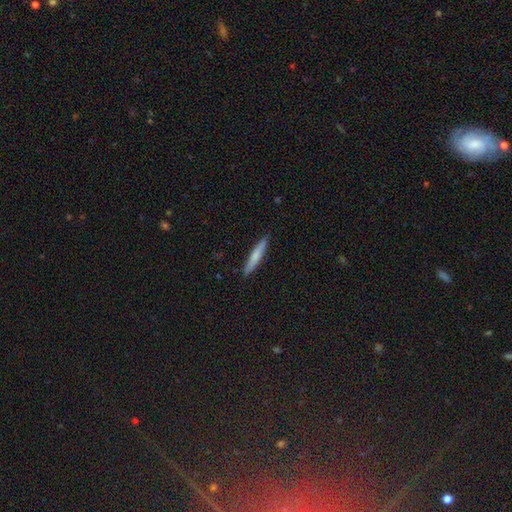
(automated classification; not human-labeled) The model was most divided on "smooth or featured": smooth: 67%, featured or disk: 28%, star or artifact: 5%. More confident: how rounded — cigar-shaped (93%); merging — none (90%).